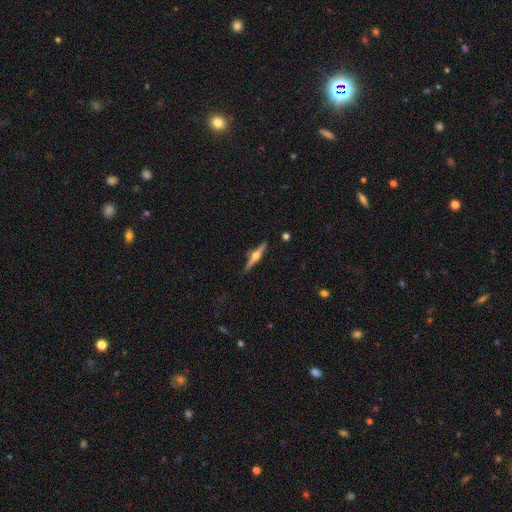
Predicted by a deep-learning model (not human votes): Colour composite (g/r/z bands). It shows a featured or disk galaxy (78%) viewed edge-on (98%) with a rounded central bulge (96%). Merging: none (87%).